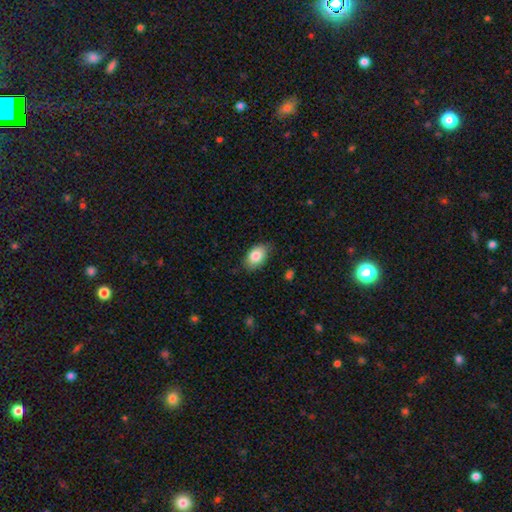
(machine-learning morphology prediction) This appears to be a smooth galaxy with no disk features (85%) that is in between round and cigar-shaped (89%). Merging: none (77%).